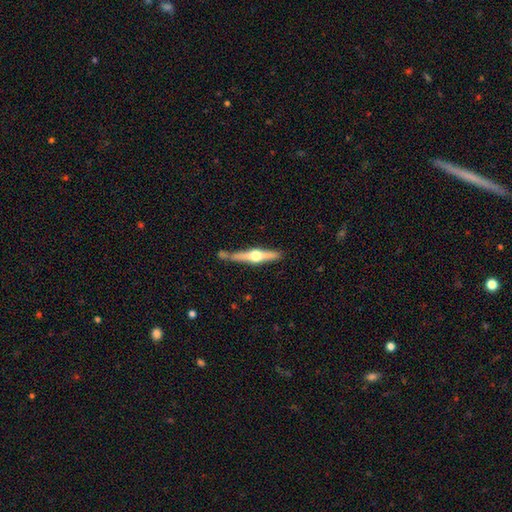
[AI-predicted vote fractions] Smooth or featured? Predicted: featured or disk (p=0.73). Edge-on disk? Predicted: yes (p=0.97). Edge-on bulge? Predicted: rounded (p=0.96). Merging? Predicted: none (p=0.73).